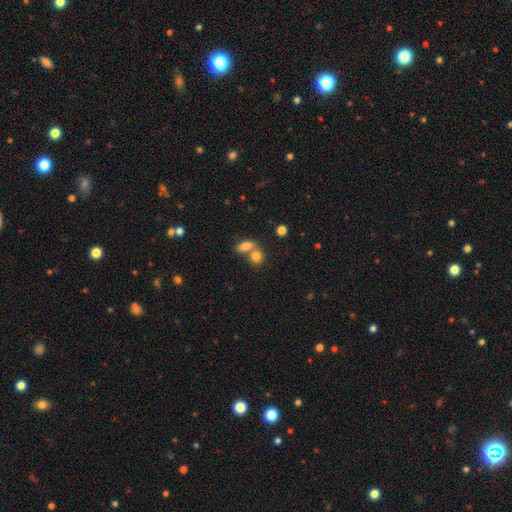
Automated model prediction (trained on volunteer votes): This appears to be a smooth galaxy with no disk features (74%) that is in between round and cigar-shaped (54%). Merging: merger (50%).